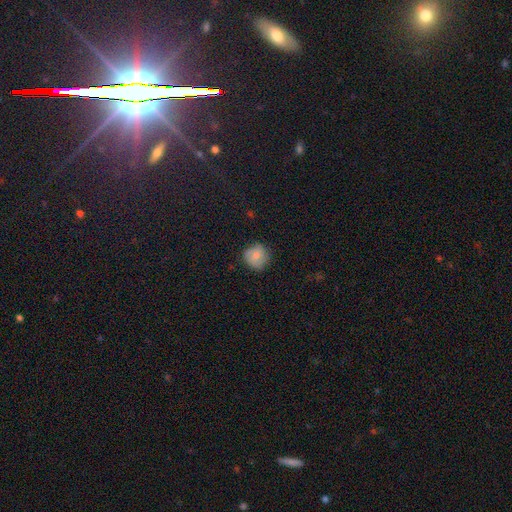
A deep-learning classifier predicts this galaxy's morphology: Overall: smooth (67%). How rounded: round (89%). Merging: none (74%).